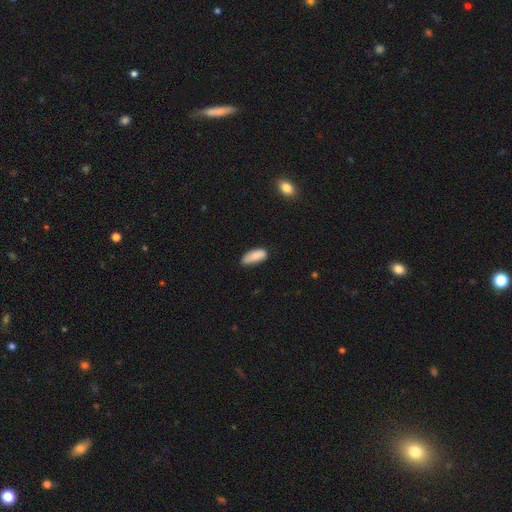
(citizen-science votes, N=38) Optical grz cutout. It shows a smooth galaxy with no disk features (84%) that is in between round and cigar-shaped (81%). Merging: none (76%).